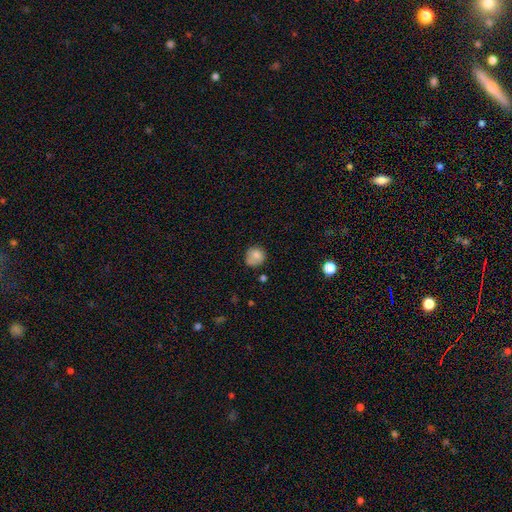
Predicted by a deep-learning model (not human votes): Q: Smooth or featured?
A: smooth (76%); runner-up: featured or disk (15%)
Q: How rounded?
A: round (81%); runner-up: in between (18%)
Q: Merging?
A: none (59%); runner-up: minor disturbance (26%)